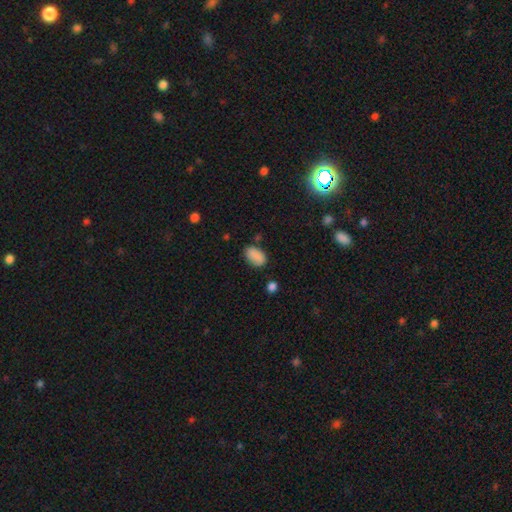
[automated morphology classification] Smooth or featured? smooth (88%)
How rounded? in between (92%)
Merging? none (78%)